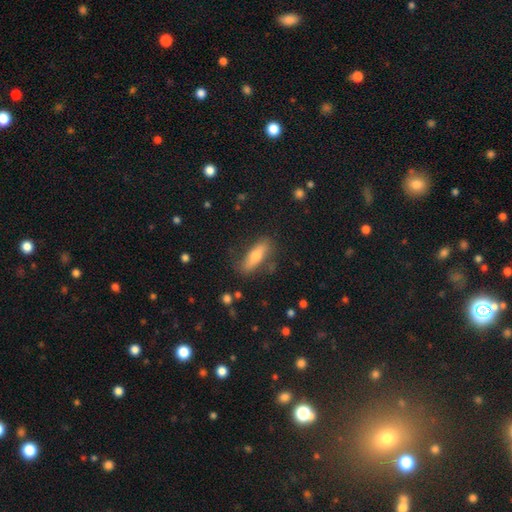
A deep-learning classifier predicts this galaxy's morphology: smooth 61%, featured or disk 32%, star or artifact 7%. Down the decision tree: how rounded — cigar-shaped (53%); merging — none (77%).